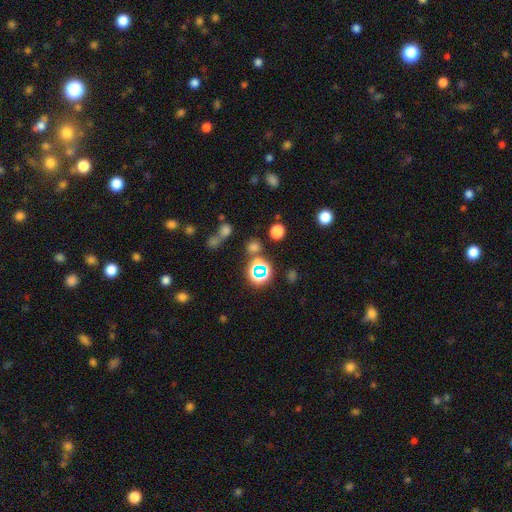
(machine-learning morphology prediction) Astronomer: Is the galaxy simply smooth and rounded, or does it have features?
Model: star or artifact — 56% (runner-up: smooth, 31%).